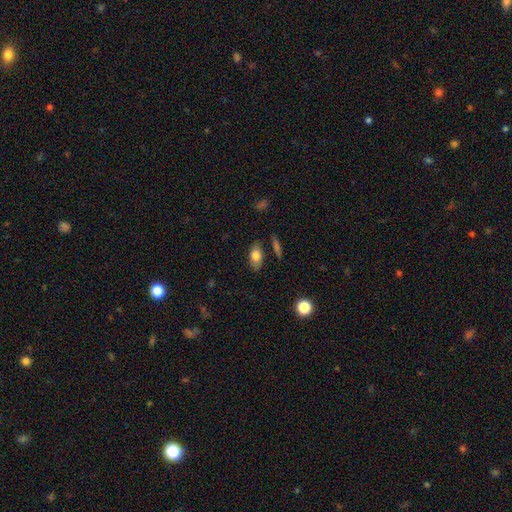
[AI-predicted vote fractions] The model was most divided on "smooth or featured": smooth: 76%, featured or disk: 17%, star or artifact: 8%. More confident: how rounded — in between (88%); merging — none (79%).